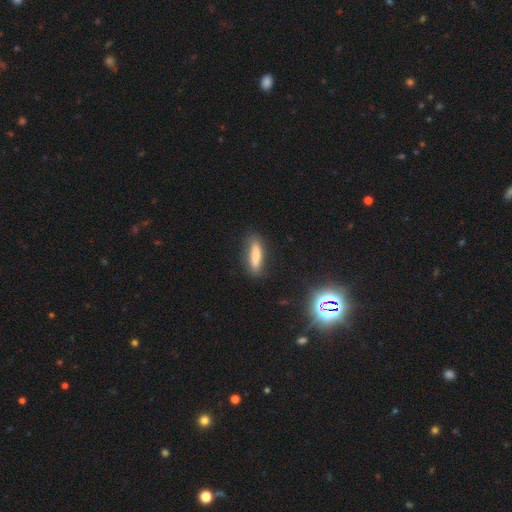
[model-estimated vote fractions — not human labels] This is likely a smooth galaxy (75%). How rounded: likely cigar-shaped (70%). Merging: clearly none (81%).